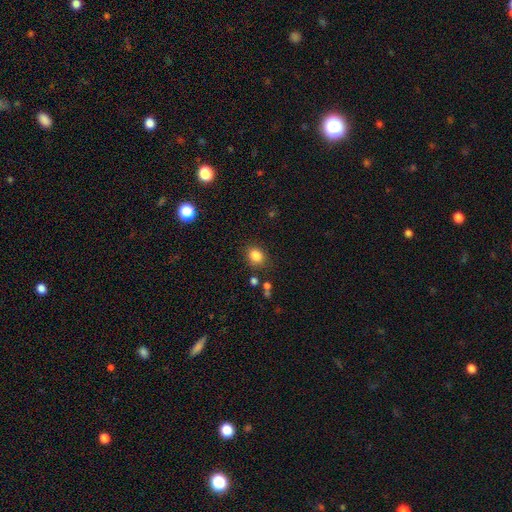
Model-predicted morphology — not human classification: Q: Smooth or featured?
A: smooth (84%); runner-up: star or artifact (11%)
Q: How rounded?
A: round (61%); runner-up: in between (38%)
Q: Merging?
A: none (82%); runner-up: minor disturbance (11%)